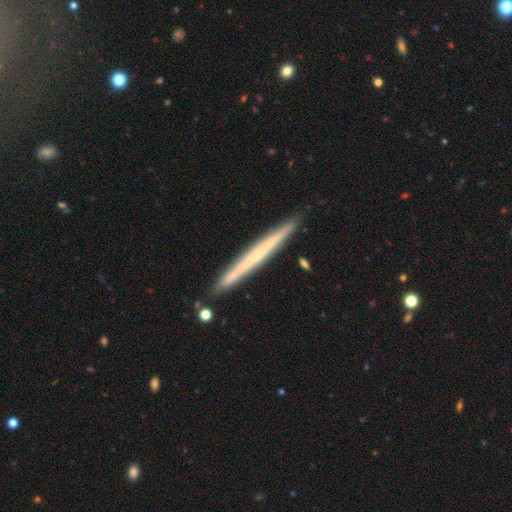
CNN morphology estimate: A featured or disk galaxy (51%) viewed edge-on (97%). Merging: none (89%).